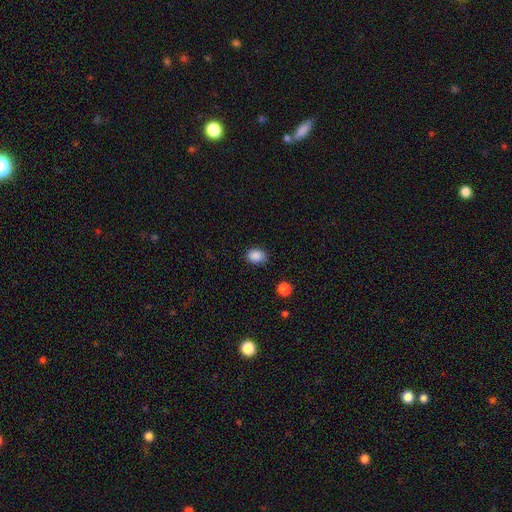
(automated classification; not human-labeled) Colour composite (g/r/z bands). It shows a smooth galaxy with no disk features (88%) that is in between round and cigar-shaped (66%). Merging: none (84%).